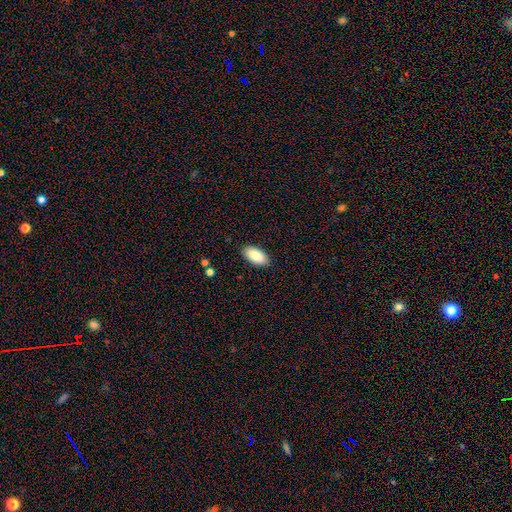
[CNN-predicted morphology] Smooth or featured?
  - smooth: 88% *
  - star or artifact: 6%
  - featured or disk: 6%
How rounded?
  - in between: 94% *
  - cigar-shaped: 4%
  - round: 2%
Merging?
  - none: 89% *
  - minor disturbance: 8%
  - major disturbance: 2%
  - merger: 1%